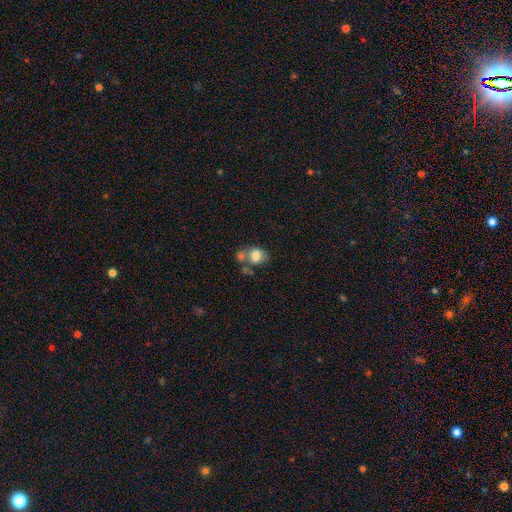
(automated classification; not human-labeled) Smooth or featured?
  - smooth: 76% *
  - featured or disk: 15%
  - star or artifact: 9%
How rounded?
  - in between: 55% *
  - round: 44%
  - cigar-shaped: 1%
Merging?
  - none: 39% * (tied)
  - merger: 39% * (tied)
  - minor disturbance: 15%
  - major disturbance: 8%